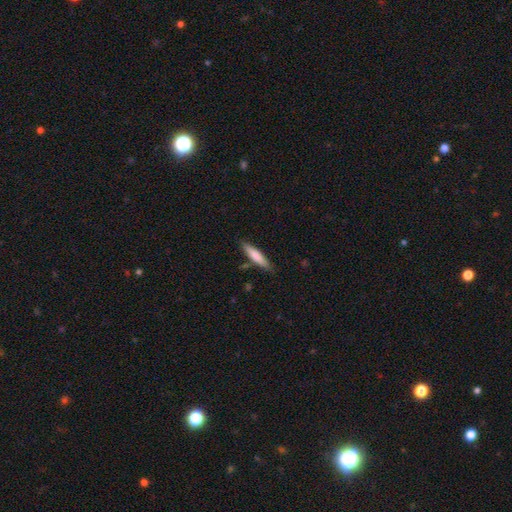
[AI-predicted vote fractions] Smooth or featured?
  - smooth: 73% *
  - featured or disk: 21%
  - star or artifact: 6%
How rounded?
  - cigar-shaped: 84% *
  - in between: 15%
  - round: 1%
Merging?
  - none: 83% *
  - minor disturbance: 11%
  - merger: 3%
  - major disturbance: 2%